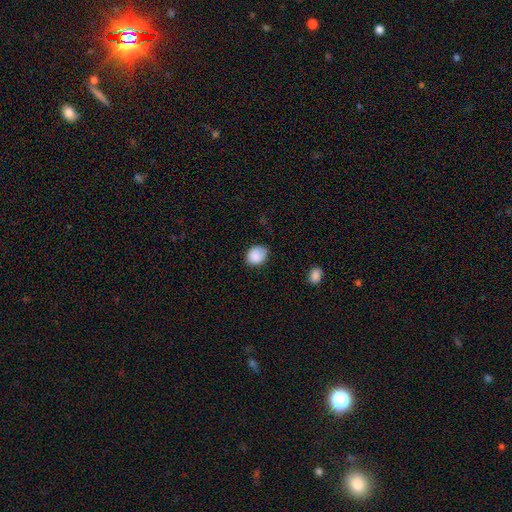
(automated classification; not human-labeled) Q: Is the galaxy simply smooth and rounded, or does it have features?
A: smooth — 87%.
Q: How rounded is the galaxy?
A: round — 57%.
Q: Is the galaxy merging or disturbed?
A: none — 71%.